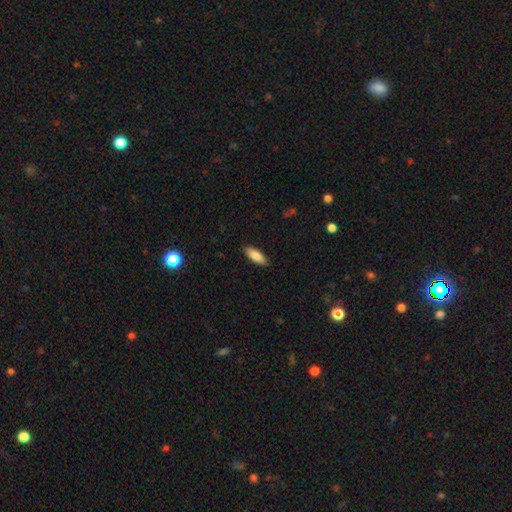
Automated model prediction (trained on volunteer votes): A smooth galaxy with no disk features (86%) that is in between round and cigar-shaped (69%). Merging: none (89%).